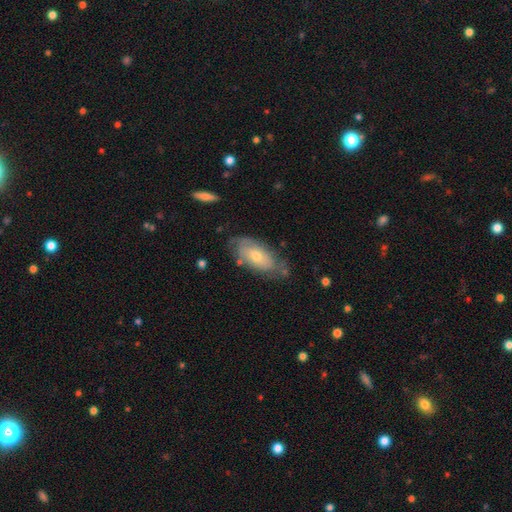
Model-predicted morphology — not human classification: A featured or disk galaxy (60%) with no bar (76%), spiral arms (73%) and a moderate central bulge (49%).

Vote fractions:
- Smooth or featured? featured or disk: 60% / smooth: 29% / star or artifact: 11%
- Edge-on disk? no: 86% / yes: 14%
- Bar? no: 76% / weak: 20% / strong: 4%
- Spiral arms? yes: 73% / no: 27%
- Bulge size? moderate: 49% / small: 45% / large: 3% / none: 2% / dominant: 1%
- Merging? none: 72% / minor disturbance: 20% / major disturbance: 6% / merger: 2%